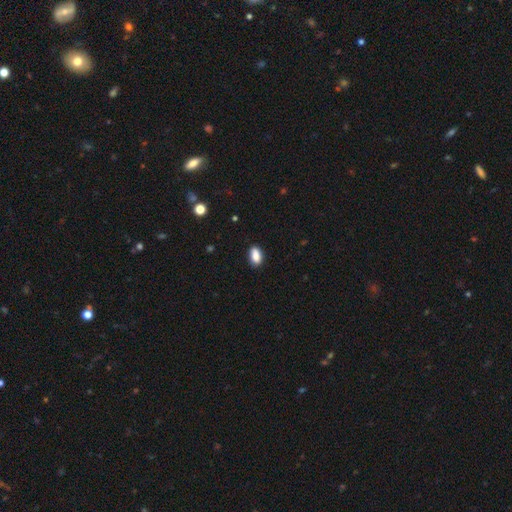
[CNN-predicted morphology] Q: Smooth or featured?
A: smooth (87%); runner-up: star or artifact (8%)
Q: How rounded?
A: in between (89%); runner-up: round (7%)
Q: Merging?
A: none (85%); runner-up: minor disturbance (12%)